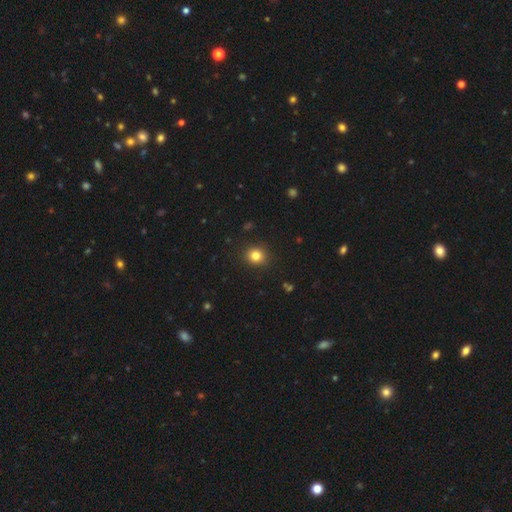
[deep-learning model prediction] A smooth galaxy with no disk features (82%) that is round (86%). Merging: none (90%).